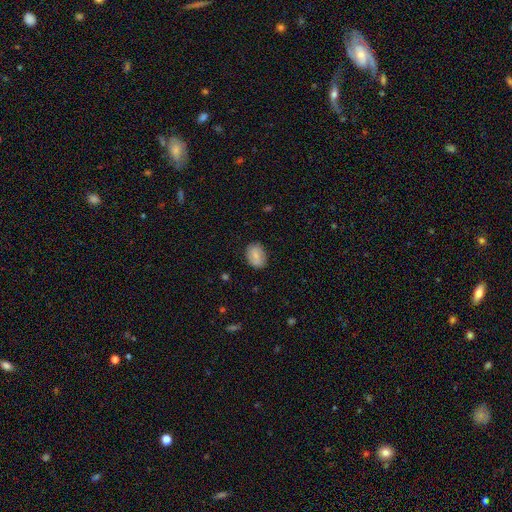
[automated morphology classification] The model was most divided on "smooth or featured": smooth: 73%, featured or disk: 20%, star or artifact: 7%. More confident: merging — none (83%); how rounded — in between (78%).